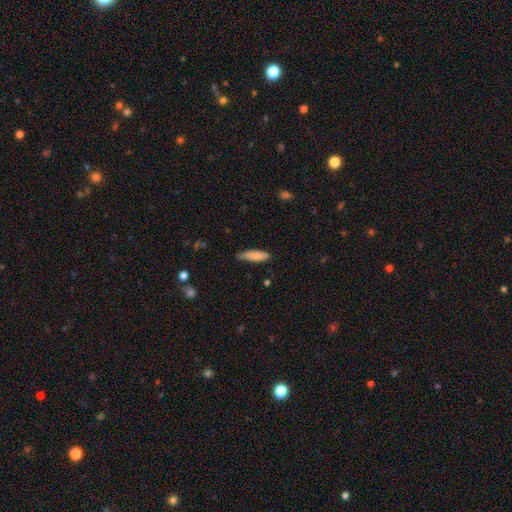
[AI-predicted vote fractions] Morphology: type=smooth (83%); roundness=cigar-shaped (68%); merging=none (67%).